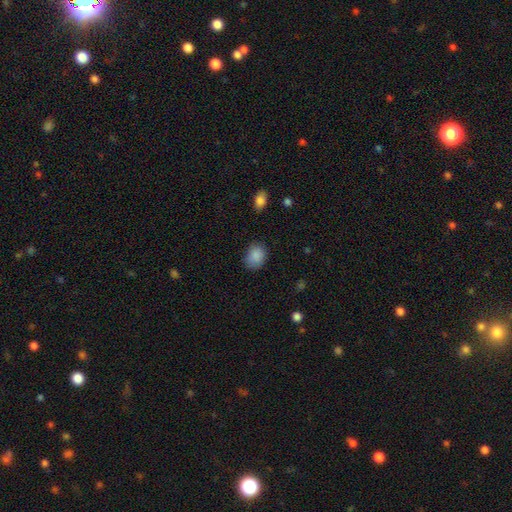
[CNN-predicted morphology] smooth-or-featured: smooth: 88% | star or artifact: 8% | featured or disk: 4%
  how-rounded: in between: 52% | round: 47% | cigar-shaped: 1%
  merging: none: 75% | minor disturbance: 19% | major disturbance: 4% | merger: 1%